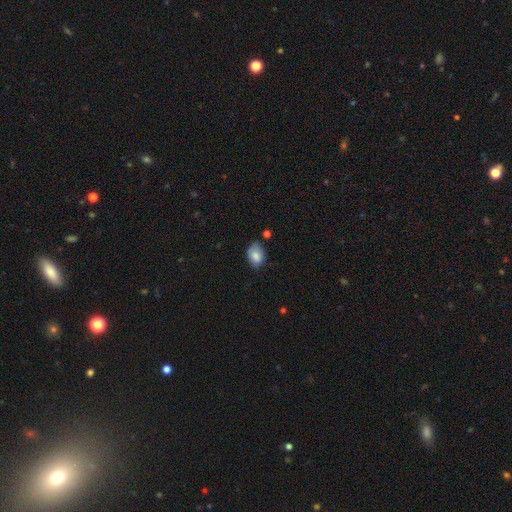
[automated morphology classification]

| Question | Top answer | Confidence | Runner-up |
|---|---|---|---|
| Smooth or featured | smooth | 83% | featured or disk (9%) |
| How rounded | in between | 76% | round (23%) |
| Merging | none | 61% | minor disturbance (29%) |